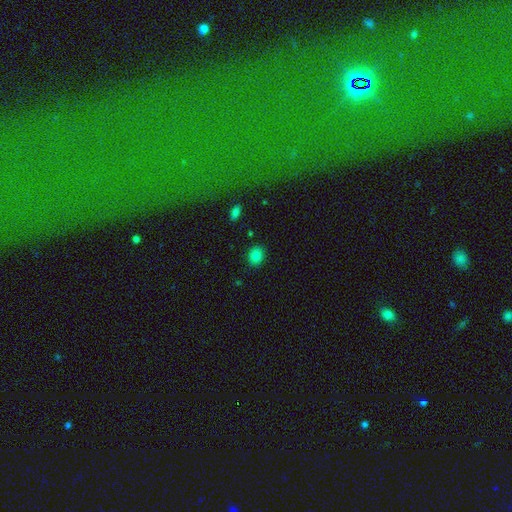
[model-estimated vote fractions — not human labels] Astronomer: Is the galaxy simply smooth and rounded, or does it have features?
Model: smooth — 83%.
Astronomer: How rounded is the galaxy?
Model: round — 57% (runner-up: in between, 42%).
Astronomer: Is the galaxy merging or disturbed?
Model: none — 87%.